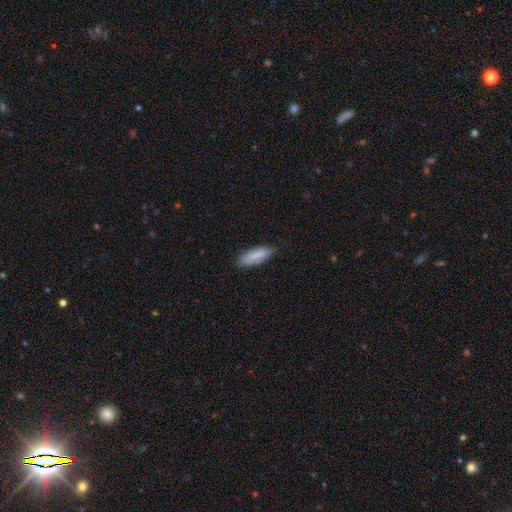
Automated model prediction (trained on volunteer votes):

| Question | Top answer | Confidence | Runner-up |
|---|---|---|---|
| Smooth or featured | smooth | 80% | featured or disk (14%) |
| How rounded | in between | 57% | cigar-shaped (41%) |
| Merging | none | 77% | minor disturbance (18%) |